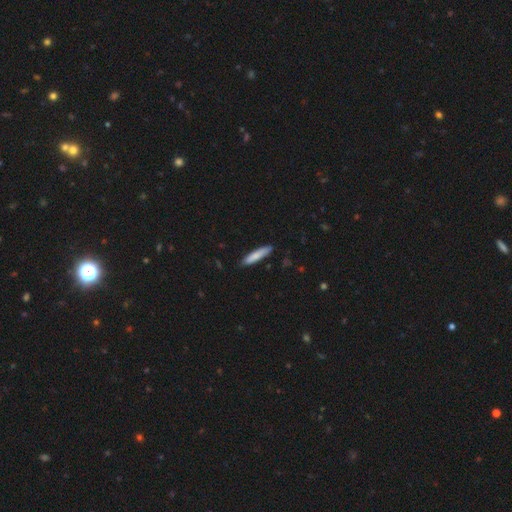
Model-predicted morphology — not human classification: type=smooth (80%); roundness=cigar-shaped (87%); merging=none (86%).